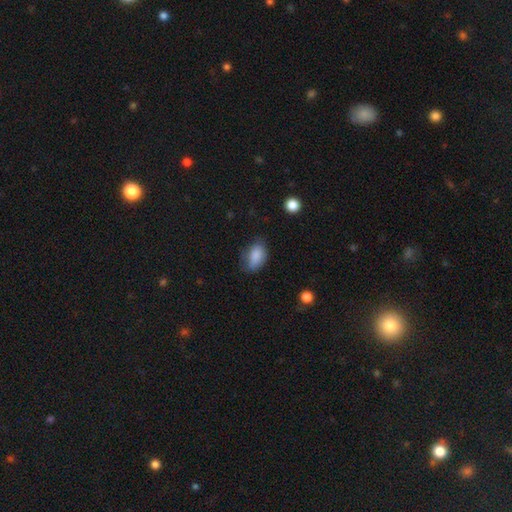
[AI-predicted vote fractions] Smooth or featured? smooth (86%)
How rounded? in between (90%)
Merging? none (61%)